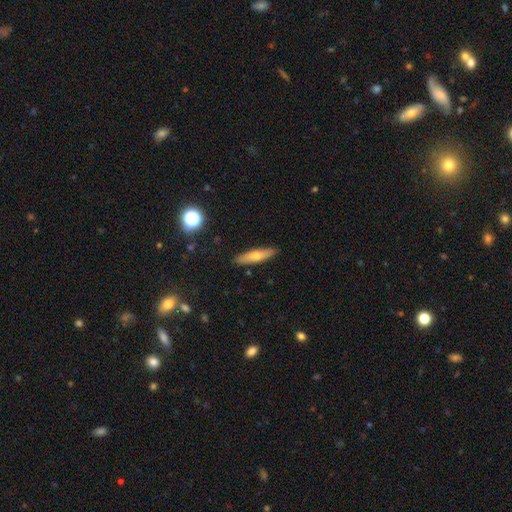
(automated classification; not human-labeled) This appears to be a smooth galaxy with no disk features (63%) that is cigar-shaped (79%). Merging: none (90%).